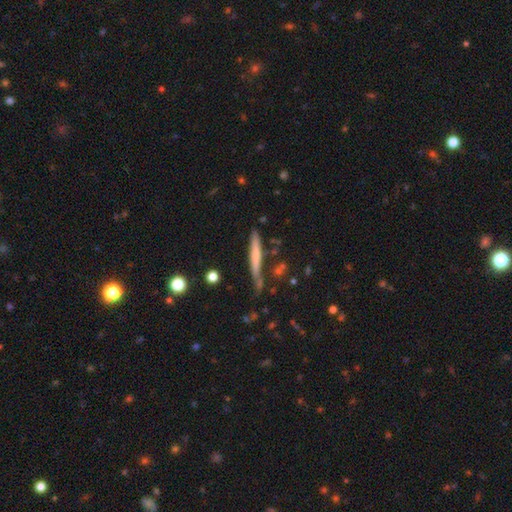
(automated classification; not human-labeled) Smooth or featured? smooth (56%)
How rounded? cigar-shaped (94%)
Merging? none (70%)